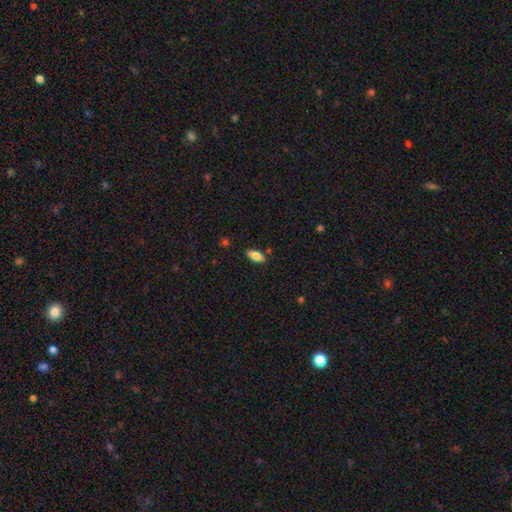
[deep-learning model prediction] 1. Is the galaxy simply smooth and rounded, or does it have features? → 81% smooth, 12% featured or disk, 7% star or artifact.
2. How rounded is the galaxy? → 88% in between, 10% cigar-shaped, 2% round.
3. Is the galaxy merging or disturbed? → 85% none, 11% minor disturbance, 2% merger, 2% major disturbance.